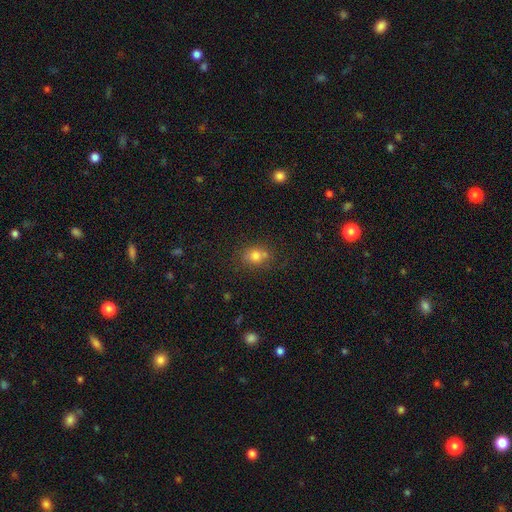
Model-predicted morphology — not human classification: A smooth galaxy with no disk features (76%) that is round (54%).

Vote fractions:
- Smooth or featured? smooth: 76% / star or artifact: 14% / featured or disk: 11%
- How rounded? round: 54% / in between: 45% / cigar-shaped: 1%
- Merging? none: 65% / minor disturbance: 16% / merger: 15% / major disturbance: 5%